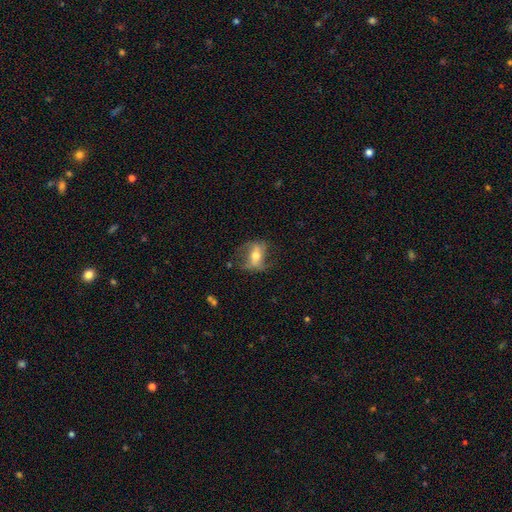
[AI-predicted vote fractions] A featured or disk galaxy (58%).

Vote fractions:
- Smooth or featured? featured or disk: 58% / smooth: 33% / star or artifact: 8%
- Edge-on disk? no: 81% / yes: 19%
- Merging? none: 62% / minor disturbance: 21% / major disturbance: 15% / merger: 2%